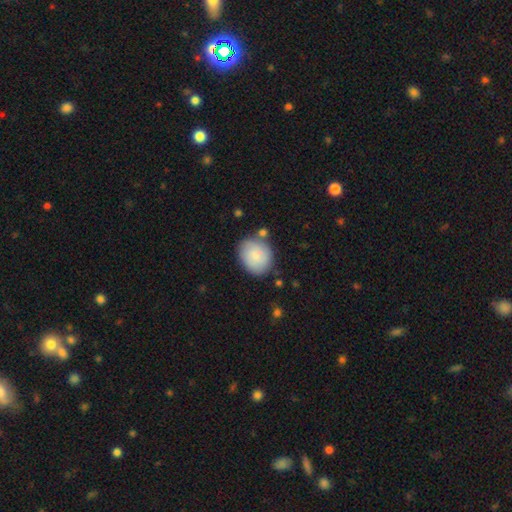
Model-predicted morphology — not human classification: smooth_or_featured: smooth (p=0.75) [alt: featured or disk p=0.18]
how_rounded: round (p=0.60) [alt: in between p=0.39]
merging: none (p=0.71) [alt: minor disturbance p=0.17]